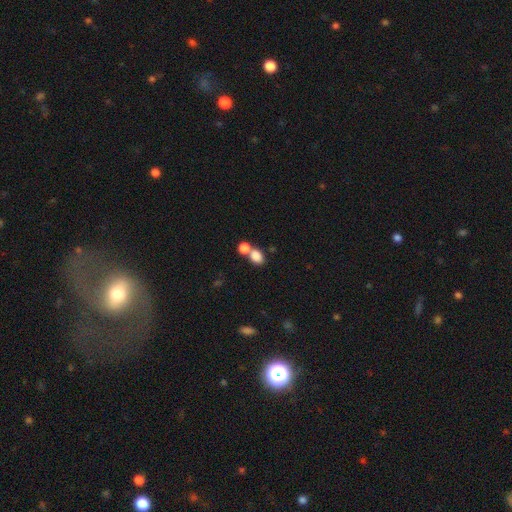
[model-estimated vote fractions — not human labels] smooth-or-featured: smooth: 83% | star or artifact: 10% | featured or disk: 7%
  how-rounded: in between: 57% | round: 42% | cigar-shaped: 1%
  merging: merger: 52% | none: 37% | minor disturbance: 8% | major disturbance: 4%